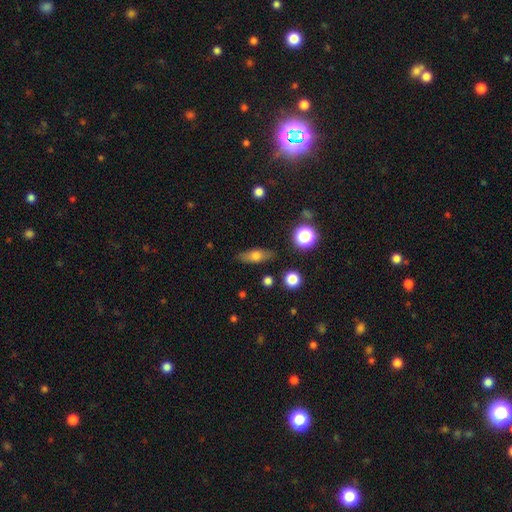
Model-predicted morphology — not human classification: This appears to be a smooth galaxy with no disk features (63%) that is in between round and cigar-shaped (62%). Merging: none (83%).